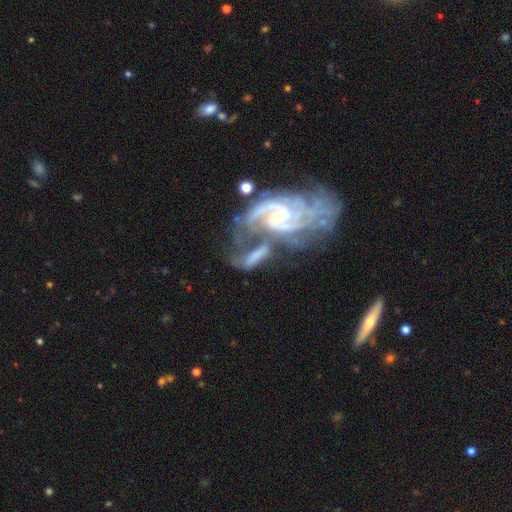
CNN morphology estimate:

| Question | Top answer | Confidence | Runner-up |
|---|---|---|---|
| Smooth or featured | featured or disk | 71% | smooth (22%) |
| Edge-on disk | no | 93% | yes (7%) |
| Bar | no | 43% | weak (36%) |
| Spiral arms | yes | 91% | no (9%) |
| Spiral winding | medium | 45% | tight (32%) |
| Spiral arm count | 2 | 63% | can't tell (14%) |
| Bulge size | small | 52% | moderate (29%) |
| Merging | merger | 47% | none (22%) |